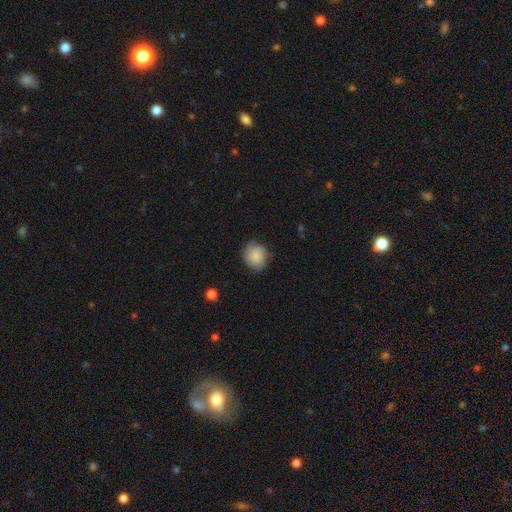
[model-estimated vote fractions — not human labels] Smooth or featured? smooth (79%)
How rounded? round (77%)
Merging? none (68%)